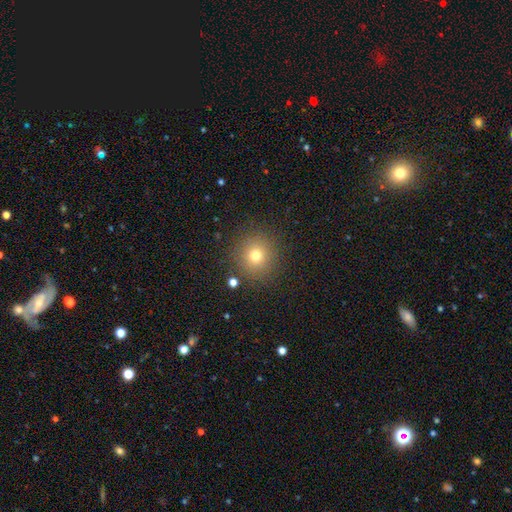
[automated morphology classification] Overall: smooth (73%). How rounded: round (93%). Merging: none (88%).